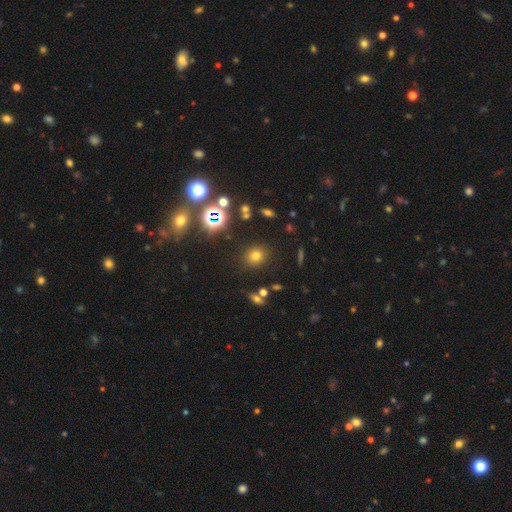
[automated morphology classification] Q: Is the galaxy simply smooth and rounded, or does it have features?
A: smooth — 69%.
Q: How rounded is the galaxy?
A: round — 82%.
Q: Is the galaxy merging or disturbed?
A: none — 86%.